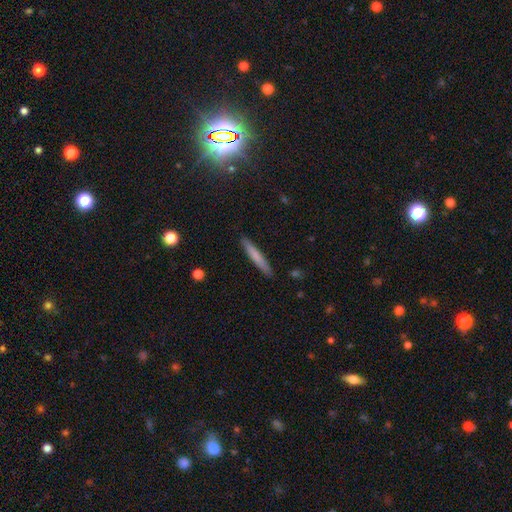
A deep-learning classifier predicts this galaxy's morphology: Q: Smooth or featured?
A: smooth (73%); runner-up: featured or disk (21%)
Q: How rounded?
A: cigar-shaped (95%); runner-up: in between (4%)
Q: Merging?
A: none (91%); runner-up: minor disturbance (7%)